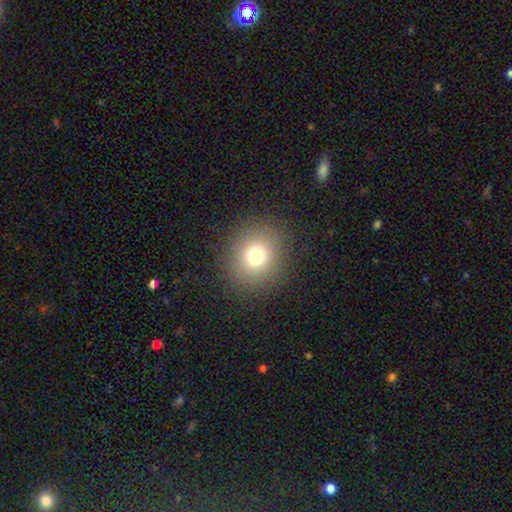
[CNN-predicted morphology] Smooth or featured? Predicted: smooth (p=0.75). How rounded? Predicted: round (p=0.79). Merging? Predicted: none (p=0.88).